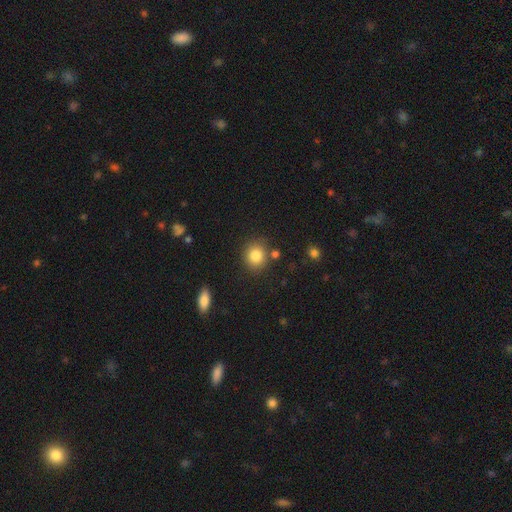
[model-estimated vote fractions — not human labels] Smooth or featured? Predicted: smooth (p=0.84). How rounded? Predicted: round (p=0.83). Merging? Predicted: none (p=0.80).